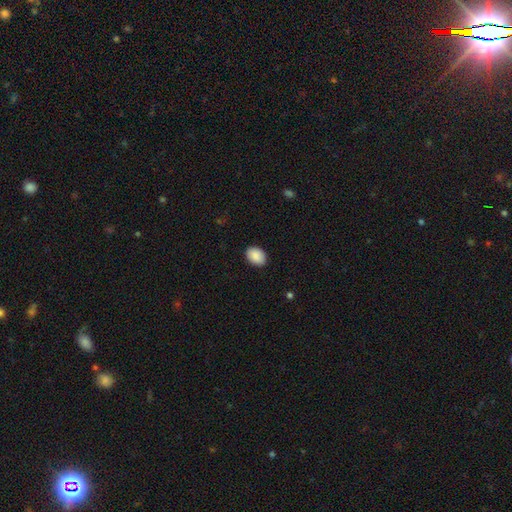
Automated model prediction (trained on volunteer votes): smooth-or-featured: smooth: 90% | star or artifact: 7% | featured or disk: 3%
  how-rounded: in between: 75% | round: 25% | cigar-shaped: 1%
  merging: none: 90% | minor disturbance: 7% | major disturbance: 2% | merger: 1%